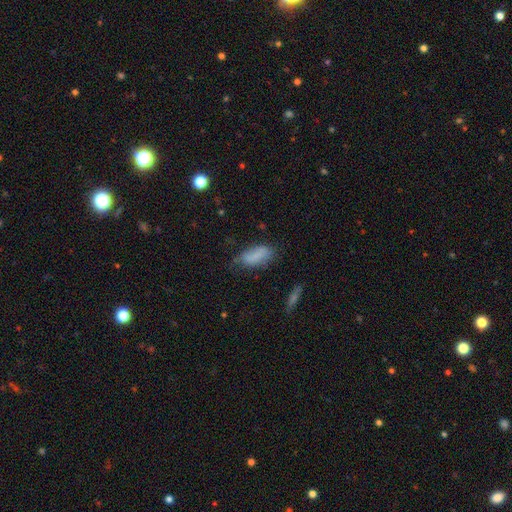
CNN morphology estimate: Smooth or featured? Predicted: smooth (p=0.79). How rounded? Predicted: in between (p=0.87). Merging? Predicted: none (p=0.57).